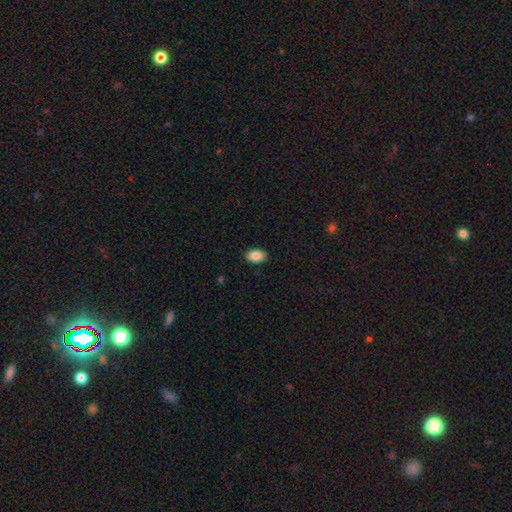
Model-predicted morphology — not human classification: smooth_or_featured: smooth (p=0.88) [alt: star or artifact p=0.07]
how_rounded: in between (p=0.92) [alt: round p=0.07]
merging: none (p=0.89) [alt: minor disturbance p=0.08]